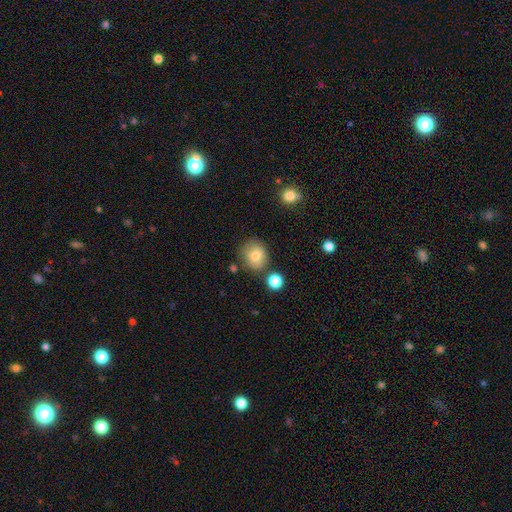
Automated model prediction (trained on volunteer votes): smooth 79%, featured or disk 11%, star or artifact 10%. Down the decision tree: how rounded — round (72%); merging — none (74%).